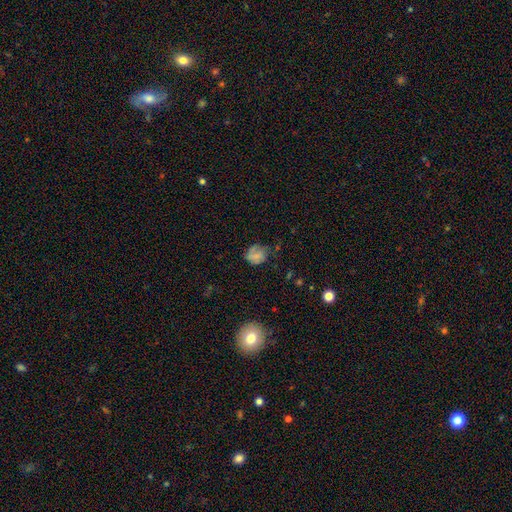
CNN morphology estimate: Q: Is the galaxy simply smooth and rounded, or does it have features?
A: smooth — 63%.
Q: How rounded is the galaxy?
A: round — 58%.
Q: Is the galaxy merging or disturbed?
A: none — 47%.